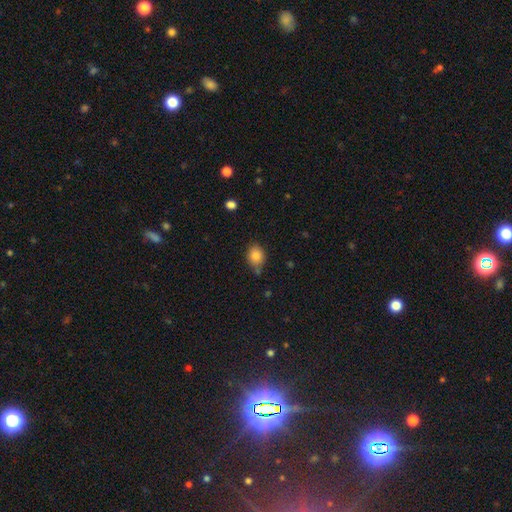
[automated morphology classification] type=smooth (85%); roundness=in between (51%); merging=none (65%).